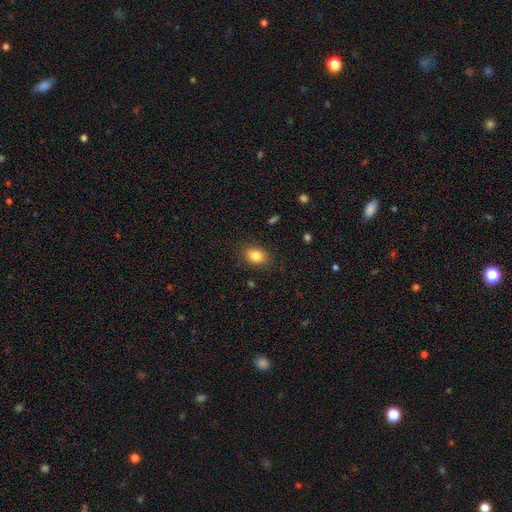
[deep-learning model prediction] This appears to be a smooth galaxy with no disk features (83%) that is in between round and cigar-shaped (68%). Merging: none (85%).